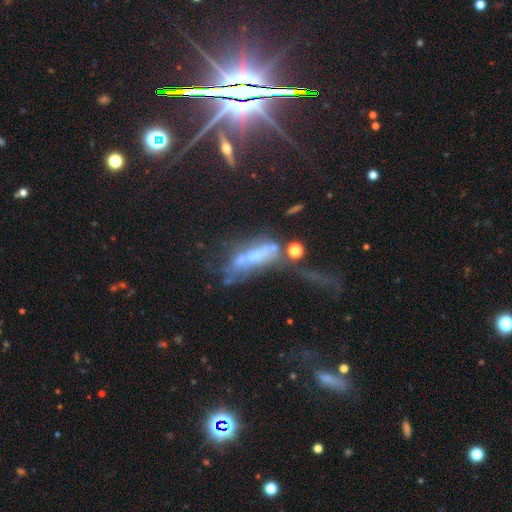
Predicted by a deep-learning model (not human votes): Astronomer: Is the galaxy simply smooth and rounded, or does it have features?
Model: featured or disk — 54% (runner-up: smooth, 29%).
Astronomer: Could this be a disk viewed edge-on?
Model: no — 69%.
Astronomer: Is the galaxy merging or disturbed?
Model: major disturbance — 39% (runner-up: merger, 28%).